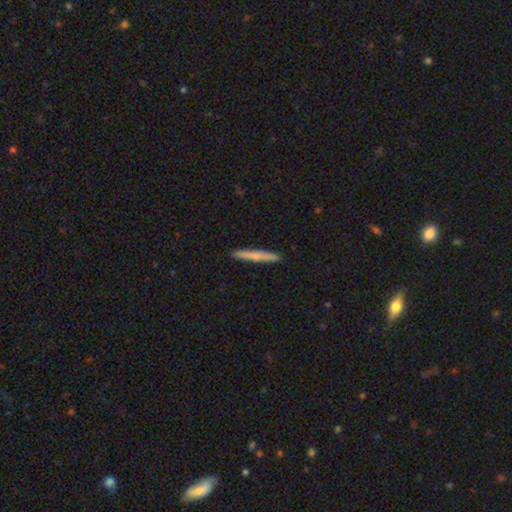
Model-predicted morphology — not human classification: type=smooth (66%); roundness=cigar-shaped (96%); merging=none (92%).